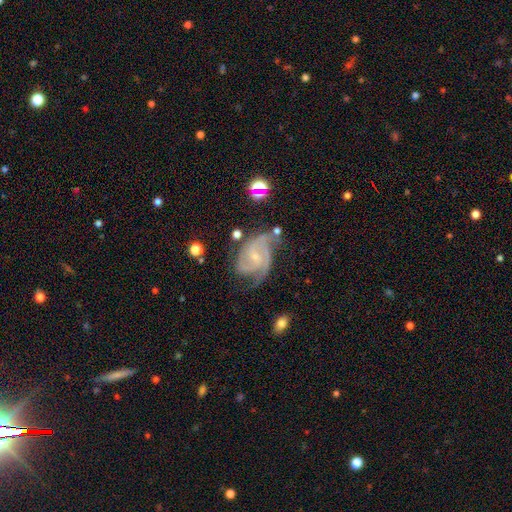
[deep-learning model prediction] A featured or disk galaxy (88%) with no bar (55%), 3 (40%) medium (47%) spiral arms (98%) and a small central bulge (75%). Merging: none (54%).